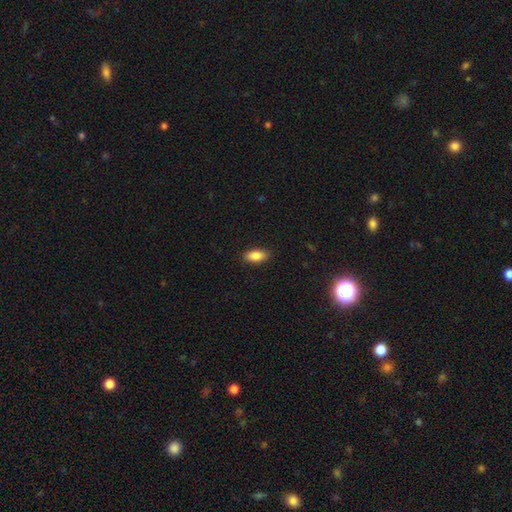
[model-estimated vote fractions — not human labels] Overall: smooth (87%). How rounded: in between (89%). Merging: none (88%).